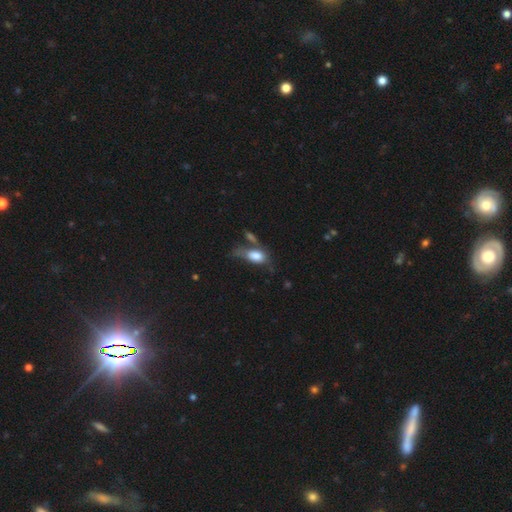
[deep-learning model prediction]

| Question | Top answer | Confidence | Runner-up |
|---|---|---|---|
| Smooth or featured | smooth | 74% | featured or disk (17%) |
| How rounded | in between | 85% | round (9%) |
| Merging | none | 30% | merger (25%) |